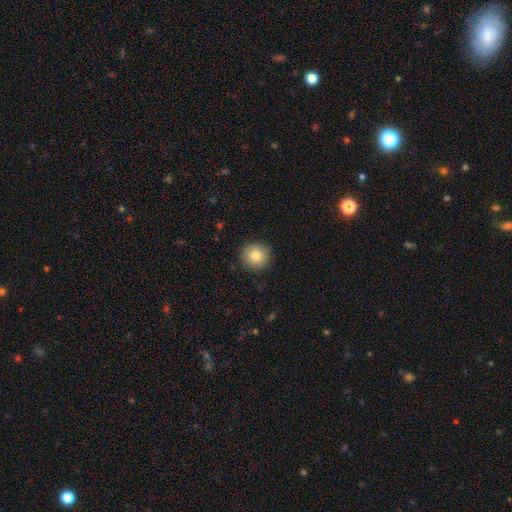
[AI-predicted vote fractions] This appears to be a smooth galaxy with no disk features (83%) that is round (93%). Merging: none (91%).